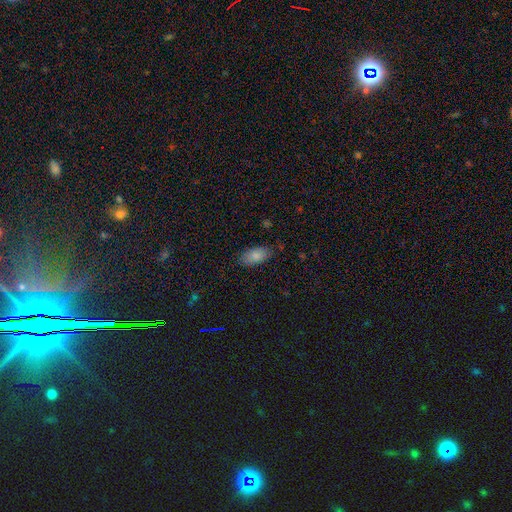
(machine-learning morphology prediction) A smooth galaxy with no disk features (85%) that is in between round and cigar-shaped (93%). Merging: none (82%).